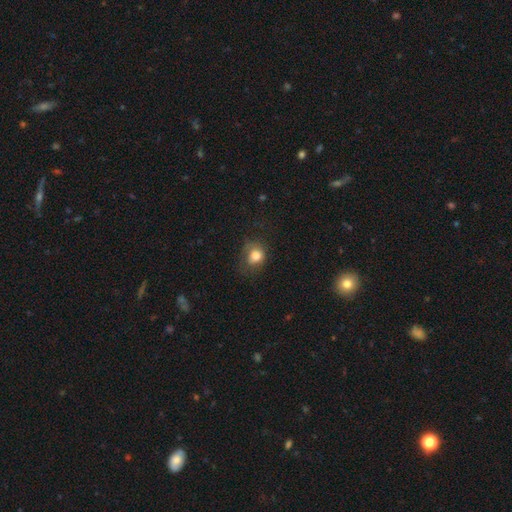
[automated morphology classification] A smooth galaxy with no disk features (79%) that is round (61%).

Vote fractions:
- Smooth or featured? smooth: 79% / featured or disk: 11% / star or artifact: 10%
- How rounded? round: 61% / in between: 38% / cigar-shaped: 1%
- Merging? none: 52% / minor disturbance: 28% / major disturbance: 19% / merger: 2%